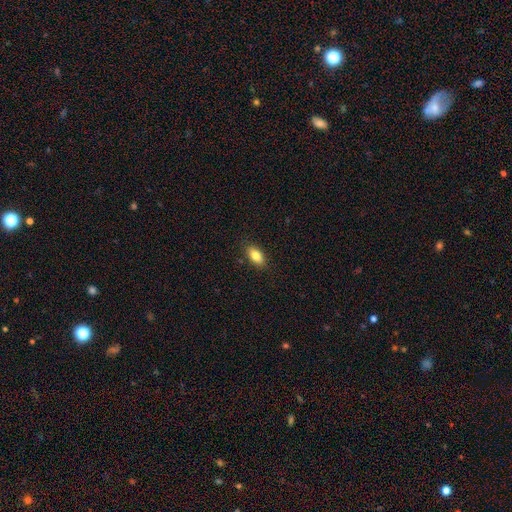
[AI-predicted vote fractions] Smooth or featured? smooth (82%)
How rounded? in between (89%)
Merging? none (87%)